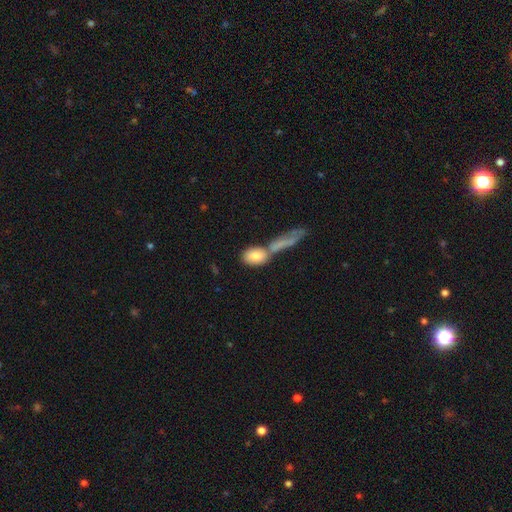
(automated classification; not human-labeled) Morphology: type=smooth (80%); roundness=in between (81%); merging=merger (43%).